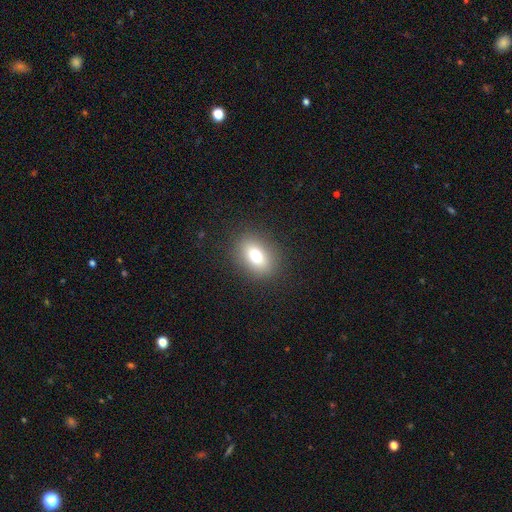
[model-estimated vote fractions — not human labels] Overall: smooth (73%). How rounded: in between (66%; round 32%). Merging: none (87%).